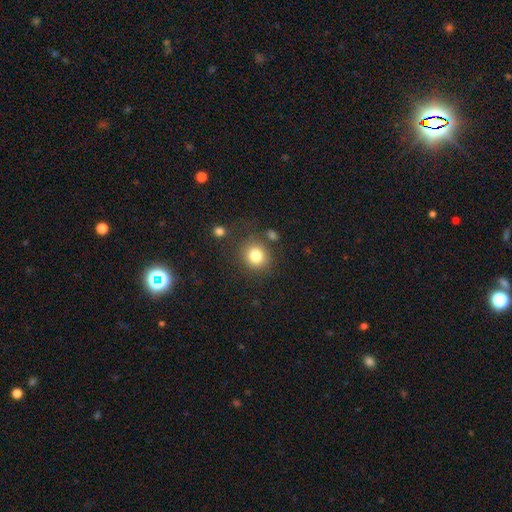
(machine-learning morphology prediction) Smooth or featured? Predicted: smooth (p=0.82). How rounded? Predicted: round (p=0.84). Merging? Predicted: none (p=0.79).